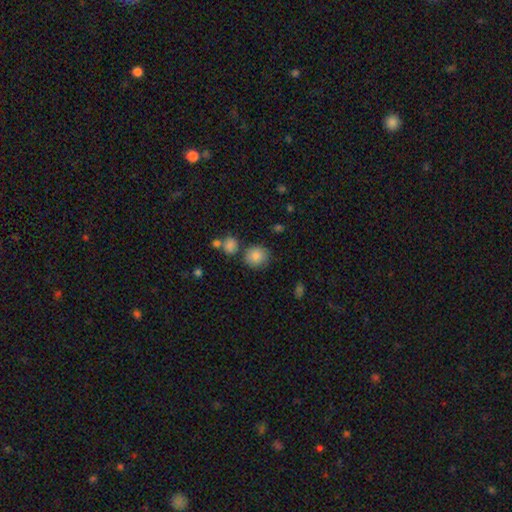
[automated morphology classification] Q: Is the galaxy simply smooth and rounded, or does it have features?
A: smooth — 83%.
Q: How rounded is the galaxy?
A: round — 83%.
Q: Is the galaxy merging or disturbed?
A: none — 74%.